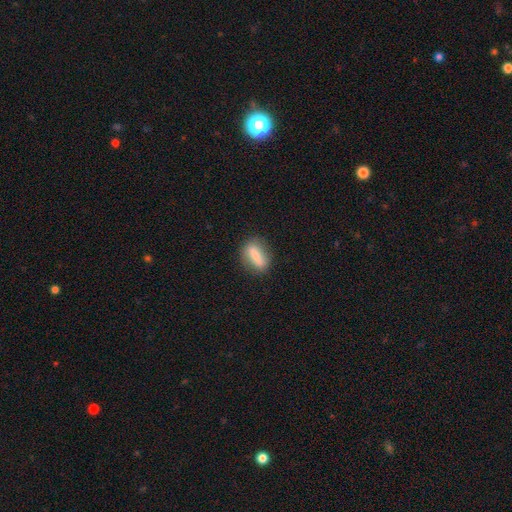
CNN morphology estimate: Overall: smooth (73%). How rounded: in between (66%). Merging: none (80%).